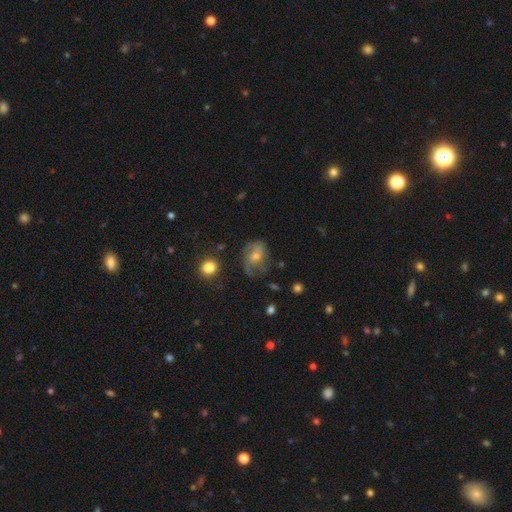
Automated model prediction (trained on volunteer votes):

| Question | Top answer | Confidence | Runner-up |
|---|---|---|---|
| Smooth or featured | featured or disk | 60% | smooth (27%) |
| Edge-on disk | no | 96% | yes (4%) |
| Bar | no | 61% | weak (32%) |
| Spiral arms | yes | 83% | no (17%) |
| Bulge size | moderate | 51% | small (40%) |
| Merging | none | 57% | minor disturbance (23%) |